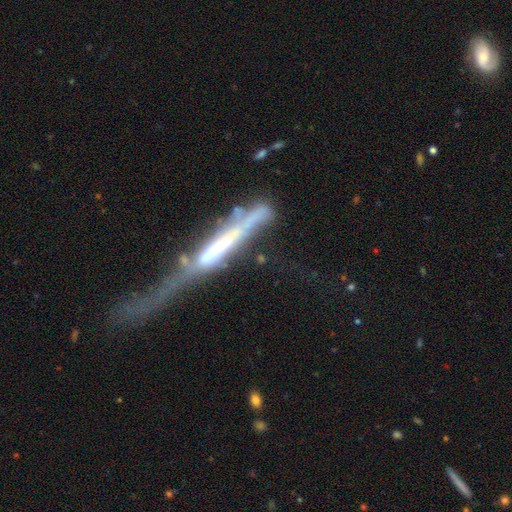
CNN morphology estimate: smooth-or-featured: featured or disk: 67% | smooth: 25% | star or artifact: 8%
  disk-edge-on: yes: 74% | no: 26%
  merging: major disturbance: 50% | none: 18% | minor disturbance: 18% | merger: 13%